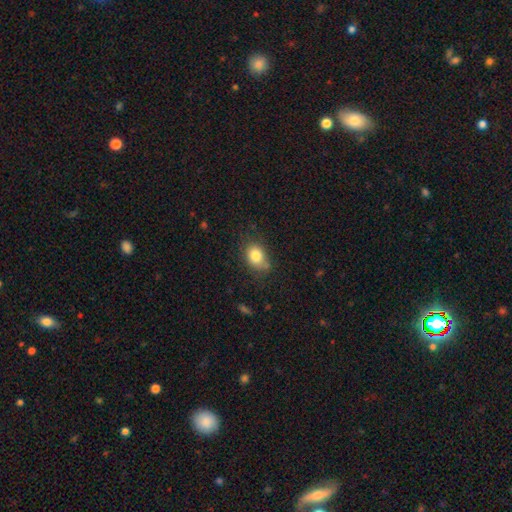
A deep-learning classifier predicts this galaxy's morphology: smooth_or_featured: smooth (p=0.82) [alt: star or artifact p=0.09]
how_rounded: in between (p=0.67) [alt: round p=0.32]
merging: none (p=0.64) [alt: minor disturbance p=0.26]